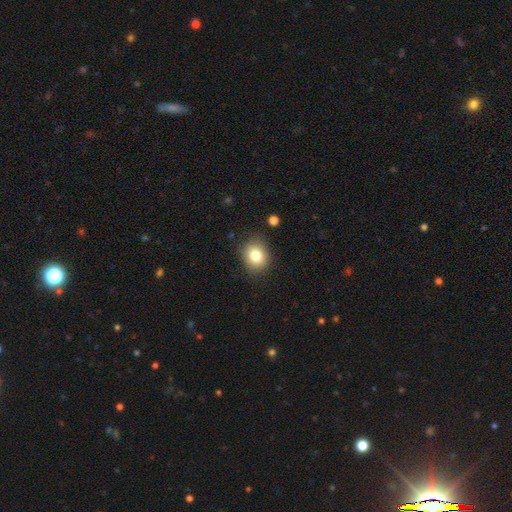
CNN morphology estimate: Smooth or featured? smooth (81%)
How rounded? round (60%)
Merging? none (85%)